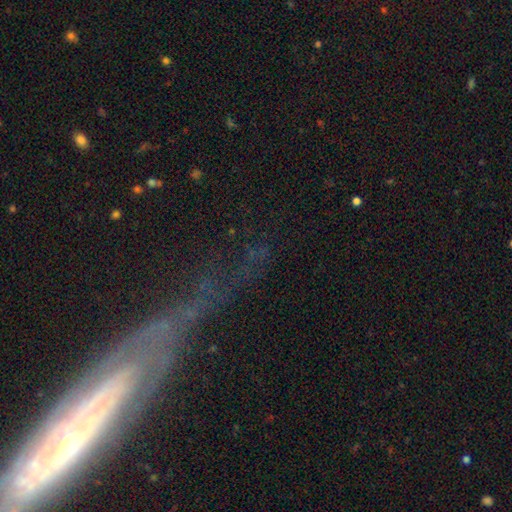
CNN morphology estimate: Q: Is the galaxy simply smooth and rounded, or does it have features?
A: featured or disk — 46%.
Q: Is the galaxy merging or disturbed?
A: none — 53%.